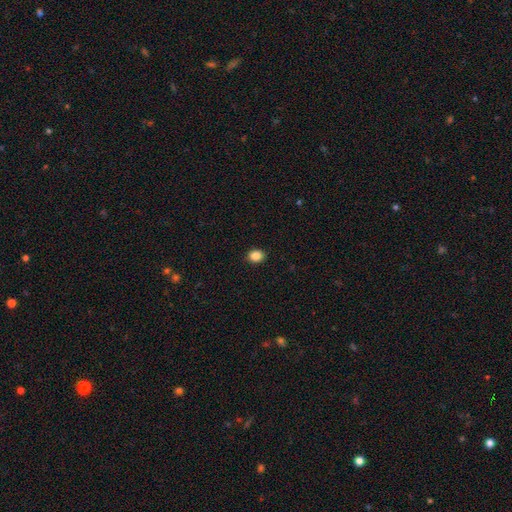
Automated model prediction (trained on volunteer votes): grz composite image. It shows a smooth galaxy with no disk features (86%) that is in between round and cigar-shaped (50%). Merging: none (91%).